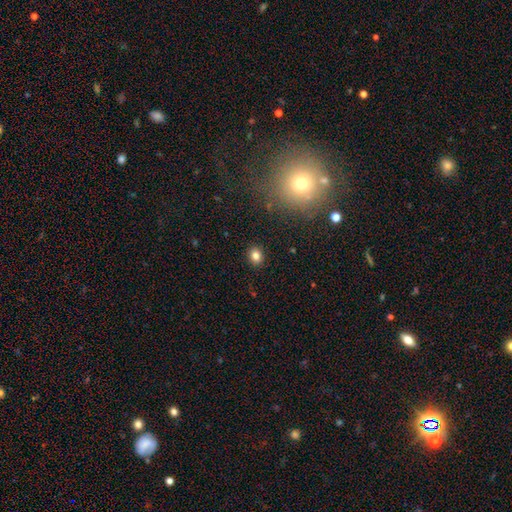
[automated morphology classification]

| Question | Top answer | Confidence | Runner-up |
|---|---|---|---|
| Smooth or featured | smooth | 82% | star or artifact (12%) |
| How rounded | round | 63% | in between (36%) |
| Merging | none | 89% | minor disturbance (7%) |